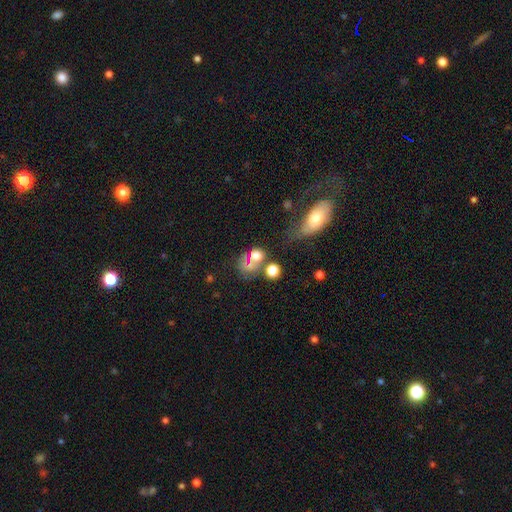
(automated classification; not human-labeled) Morphology: type=smooth (61%); roundness=round (58%); merging=merger (34%).